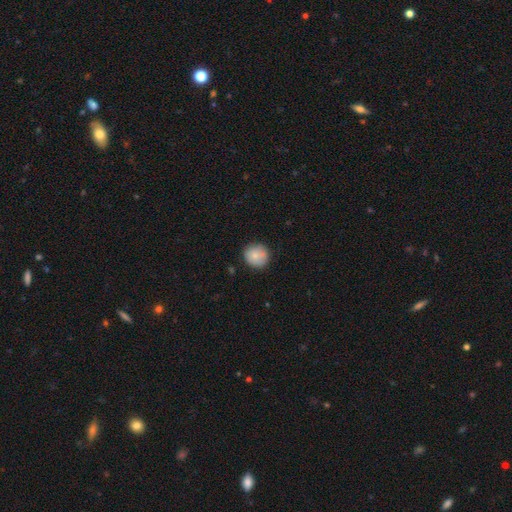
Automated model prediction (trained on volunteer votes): Overall: smooth (80%). How rounded: round (90%). Merging: none (82%).